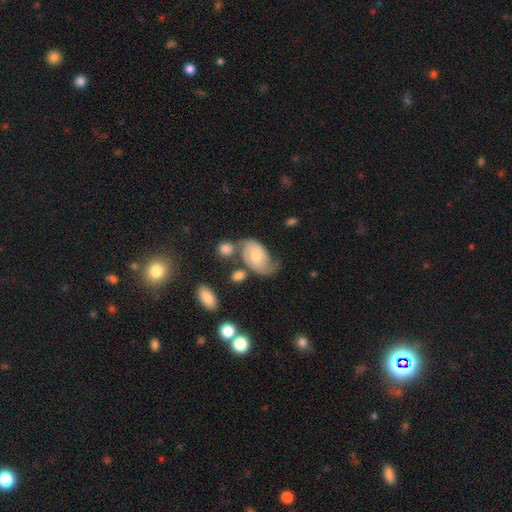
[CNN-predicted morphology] The model was most divided on "spiral winding": medium: 43%, tight: 34%, loose: 22%. Remaining: edge-on disk — no (96%); spiral arms — yes (91%); spiral arm count — 2 (76%); smooth or featured — featured or disk (70%); bar — no (63%); bulge size — moderate (58%); merging — none (42%).